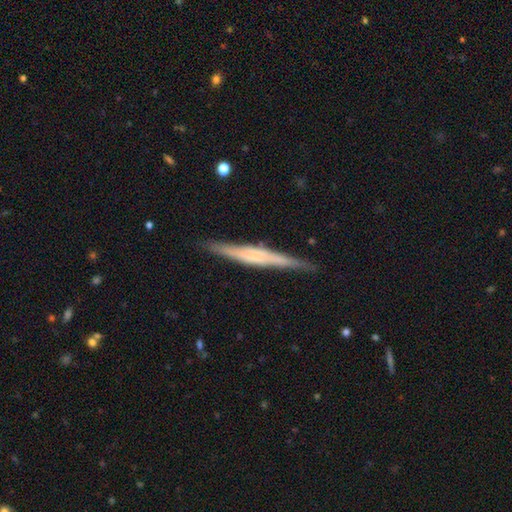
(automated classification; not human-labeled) This is likely a featured or disk galaxy (69%). It is clearly viewed edge-on (97%). Edge-on bulge: marginally boxy (35%). Merging: clearly none (88%).